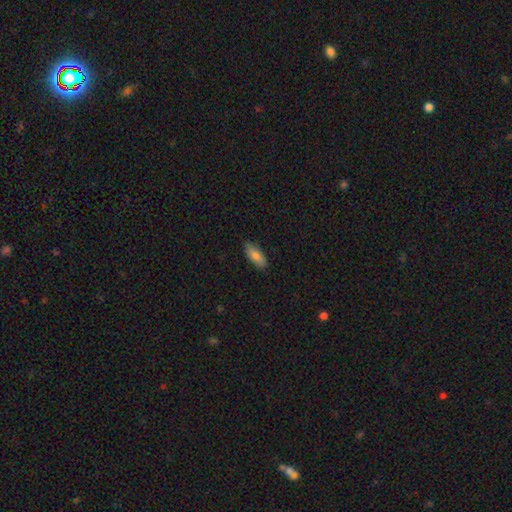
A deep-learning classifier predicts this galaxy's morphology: smooth_or_featured: smooth (p=0.82) [alt: featured or disk p=0.12]
how_rounded: in between (p=0.78) [alt: cigar-shaped p=0.20]
merging: none (p=0.84) [alt: minor disturbance p=0.13]